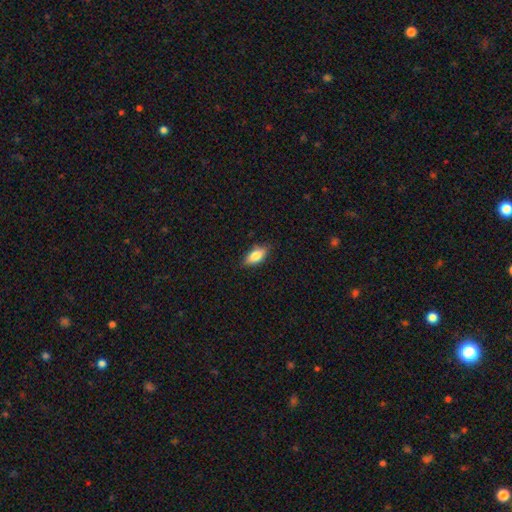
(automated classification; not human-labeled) This is likely a smooth galaxy (78%). How rounded: clearly in between (83%). Merging: clearly none (83%).